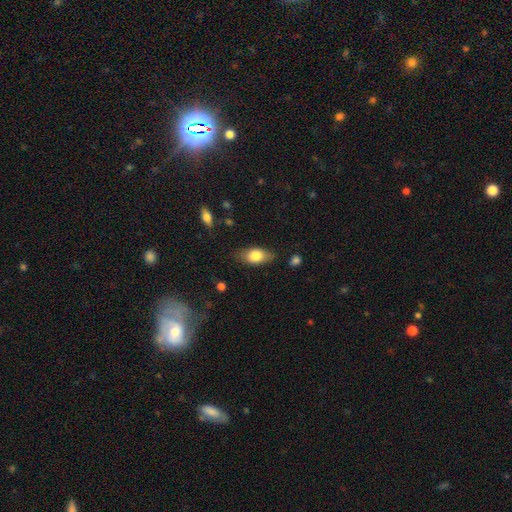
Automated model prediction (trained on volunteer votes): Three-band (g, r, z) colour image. It shows a smooth galaxy with no disk features (78%) that is in between round and cigar-shaped (87%). Merging: none (75%).